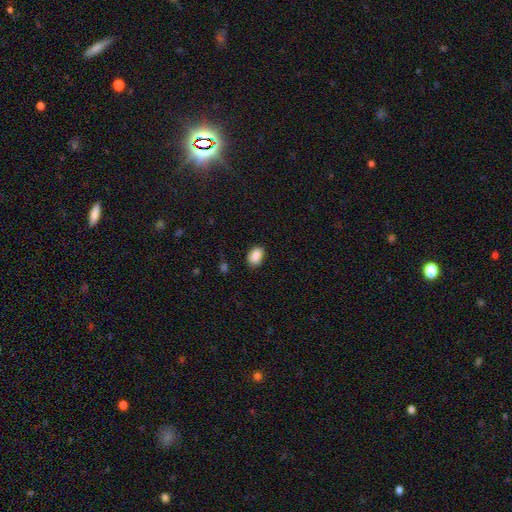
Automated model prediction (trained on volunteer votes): A smooth galaxy with no disk features (87%) that is in between round and cigar-shaped (83%).

Vote fractions:
- Smooth or featured? smooth: 87% / star or artifact: 8% / featured or disk: 5%
- How rounded? in between: 83% / round: 16% / cigar-shaped: 1%
- Merging? none: 79% / minor disturbance: 16% / major disturbance: 3% / merger: 2%